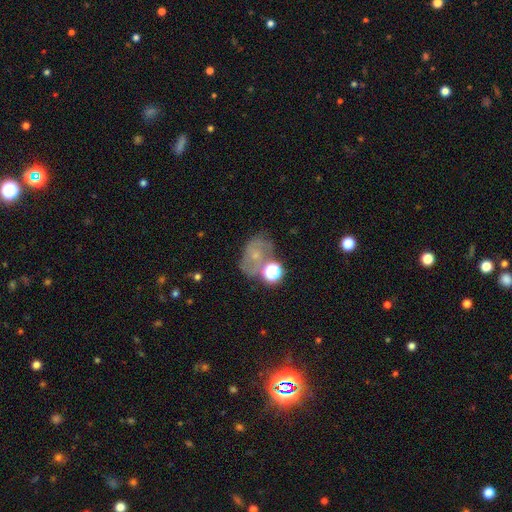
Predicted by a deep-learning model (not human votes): smooth-or-featured: featured or disk: 35% | star or artifact: 34% | smooth: 31%
  merging: none: 50% | minor disturbance: 19% | merger: 15% | major disturbance: 15%